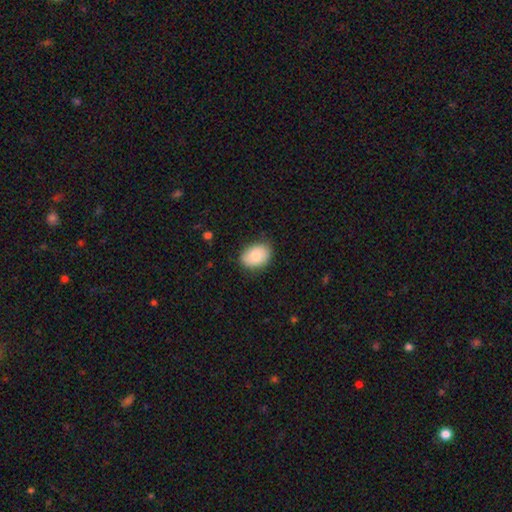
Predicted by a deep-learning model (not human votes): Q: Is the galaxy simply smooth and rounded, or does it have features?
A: smooth — 81%.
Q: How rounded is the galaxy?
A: in between — 76%.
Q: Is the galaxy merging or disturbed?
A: none — 80%.